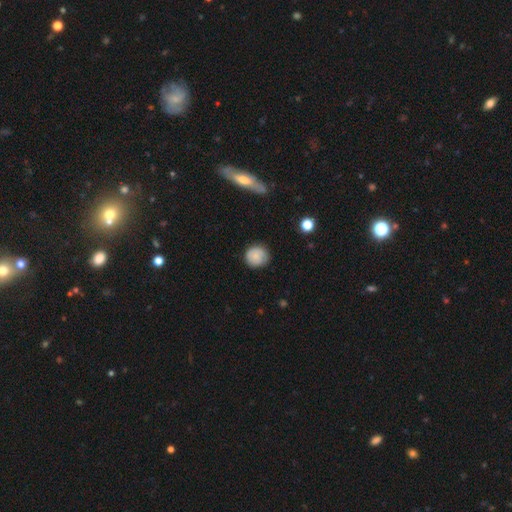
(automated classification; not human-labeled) Morphology: type=smooth (71%); roundness=round (88%); merging=none (76%).